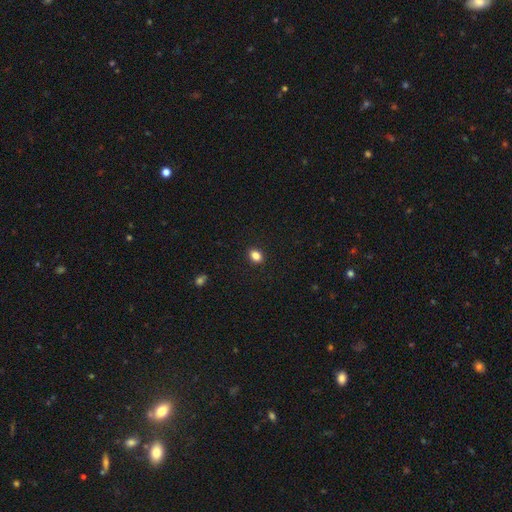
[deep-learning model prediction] Overall: smooth (84%). How rounded: in between (68%; round 31%). Merging: none (90%).